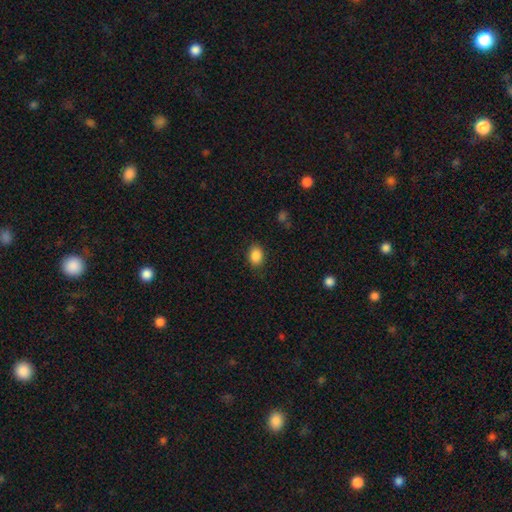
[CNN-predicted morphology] smooth-or-featured: smooth: 88% | star or artifact: 9% | featured or disk: 3%
  how-rounded: in between: 68% | round: 31% | cigar-shaped: 1%
  merging: none: 85% | minor disturbance: 11% | major disturbance: 3% | merger: 1%